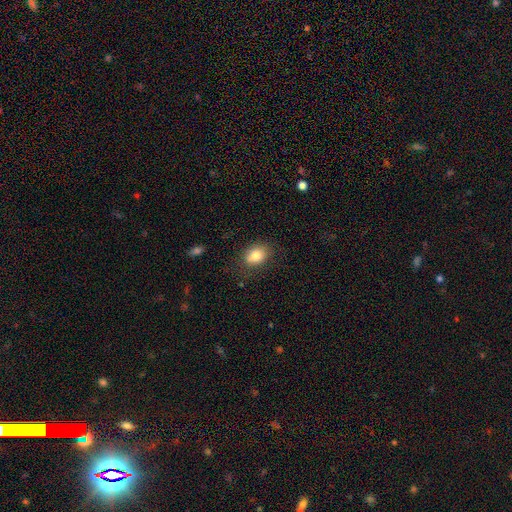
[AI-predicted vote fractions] smooth_or_featured: smooth (p=0.83) [alt: star or artifact p=0.09]
how_rounded: in between (p=0.71) [alt: round p=0.28]
merging: none (p=0.76) [alt: minor disturbance p=0.17]